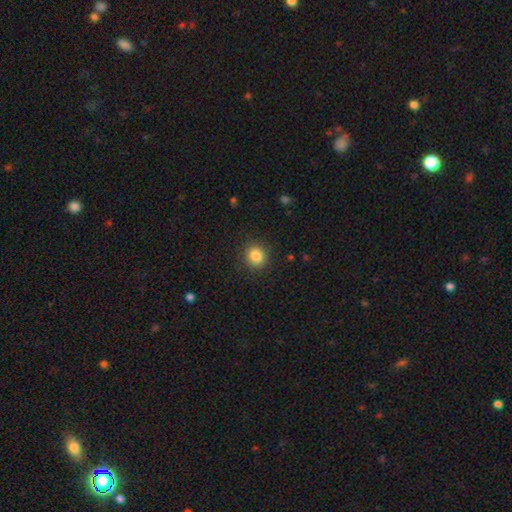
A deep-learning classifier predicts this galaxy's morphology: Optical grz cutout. It shows a smooth galaxy with no disk features (84%) that is round (88%). Merging: none (89%).